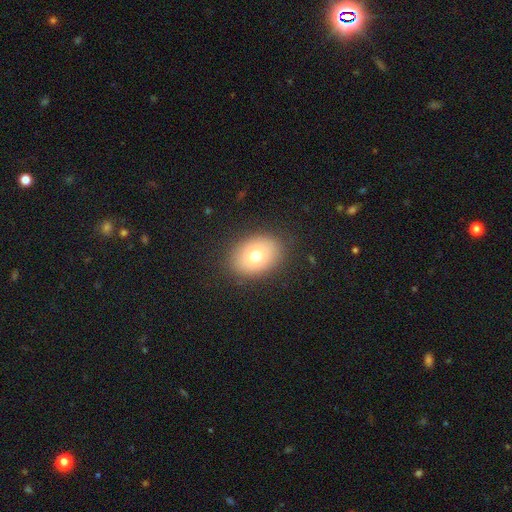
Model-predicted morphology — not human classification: Smooth or featured?
  - smooth: 72% *
  - featured or disk: 16%
  - star or artifact: 12%
How rounded?
  - in between: 63% *
  - round: 36%
  - cigar-shaped: 1%
Merging?
  - none: 86% *
  - minor disturbance: 9%
  - major disturbance: 4%
  - merger: 1%